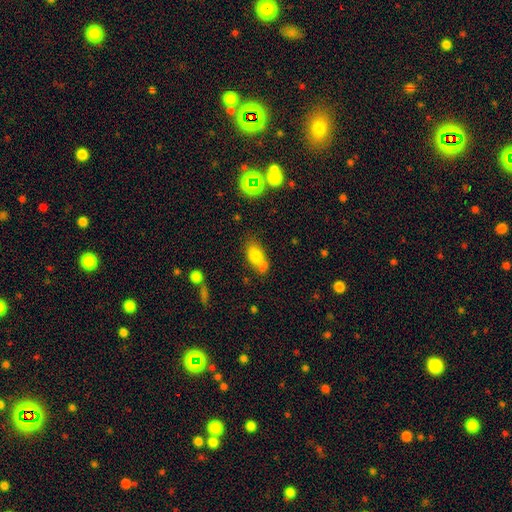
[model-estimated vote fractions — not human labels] smooth_or_featured: smooth (p=0.75) [alt: featured or disk p=0.14]
how_rounded: in between (p=0.82) [alt: round p=0.13]
merging: none (p=0.48) [alt: merger p=0.26]